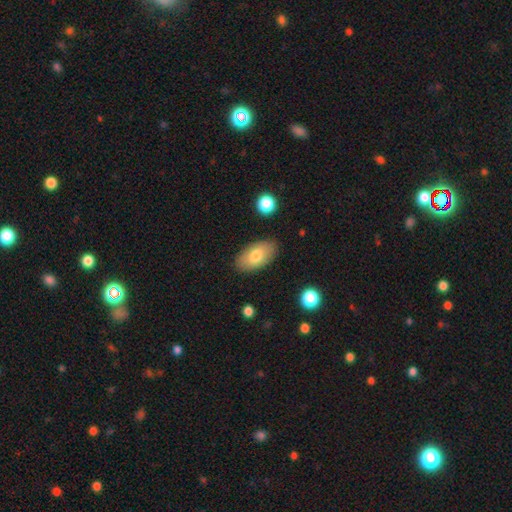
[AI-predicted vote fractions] smooth 75%, featured or disk 19%, star or artifact 7%. Down the decision tree: how rounded — in between (94%); merging — none (85%).